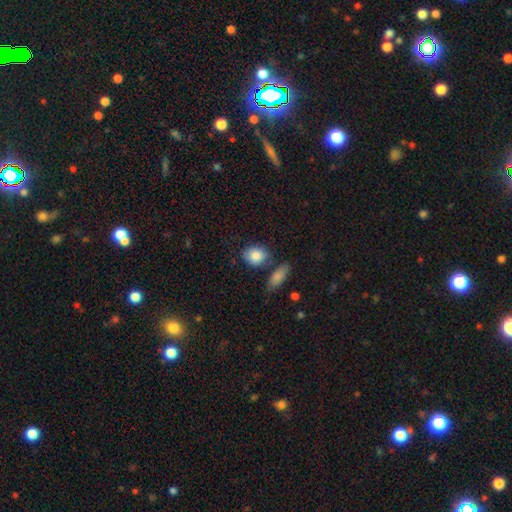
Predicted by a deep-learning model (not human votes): Smooth or featured? smooth (86%)
How rounded? round (51%)
Merging? none (65%)